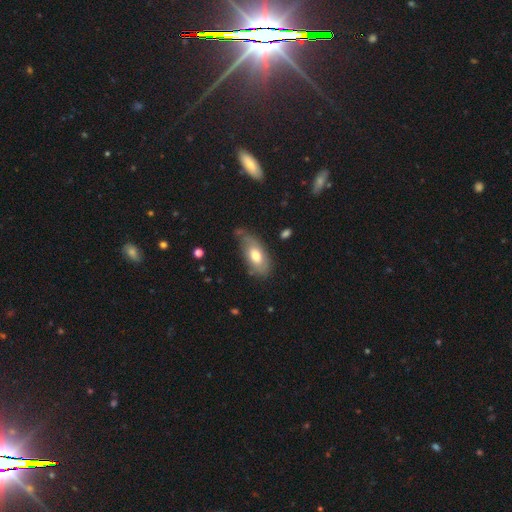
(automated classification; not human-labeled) smooth_or_featured: smooth (p=0.61) [alt: featured or disk p=0.32]
how_rounded: in between (p=0.90) [alt: cigar-shaped p=0.06]
merging: none (p=0.53) [alt: minor disturbance p=0.32]